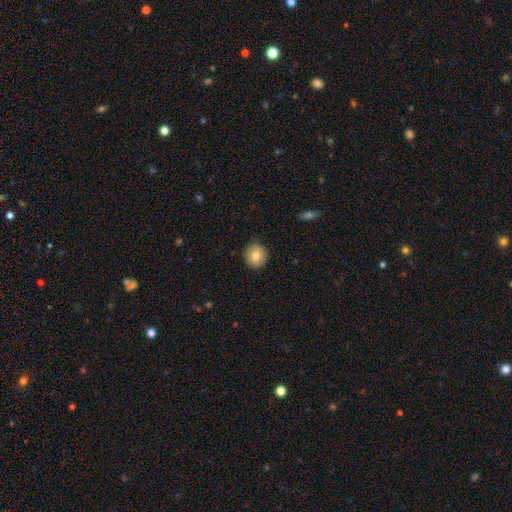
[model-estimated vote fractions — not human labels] This is likely a smooth galaxy (79%). How rounded: clearly round (82%). Merging: clearly none (88%).